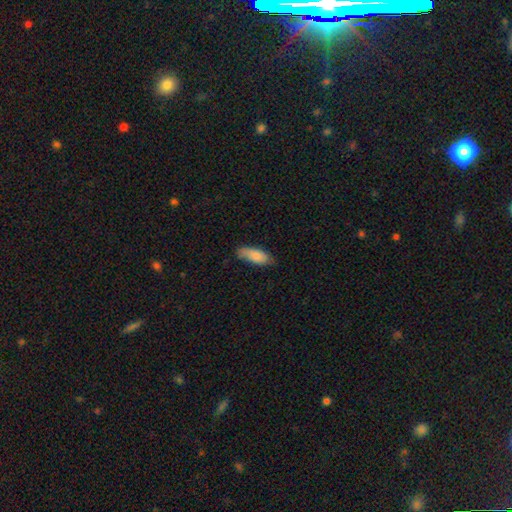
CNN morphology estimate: Smooth or featured: smooth — 83% (featured or disk — 11%)
How rounded: in between — 72% (cigar-shaped — 26%)
Merging: none — 67% (minor disturbance — 27%)